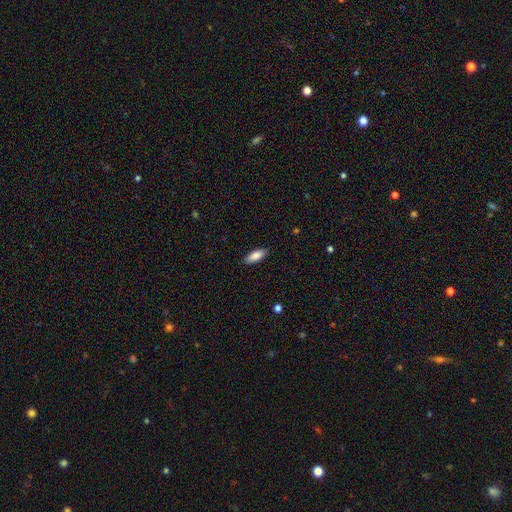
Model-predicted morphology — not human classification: Smooth or featured: smooth — 85% (featured or disk — 8%)
How rounded: in between — 76% (cigar-shaped — 22%)
Merging: none — 87% (minor disturbance — 10%)